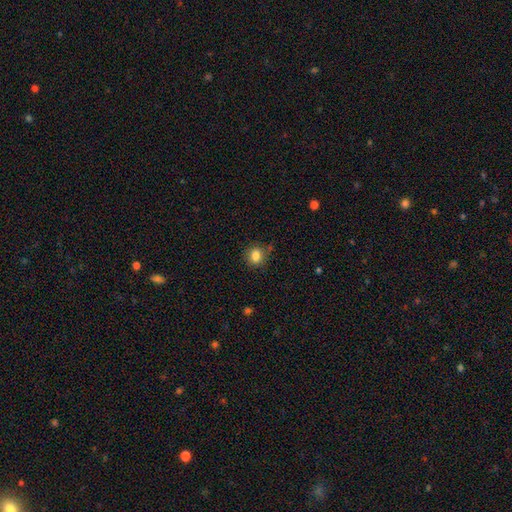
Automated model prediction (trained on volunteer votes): Morphology: type=smooth (84%); roundness=round (72%); merging=none (81%).